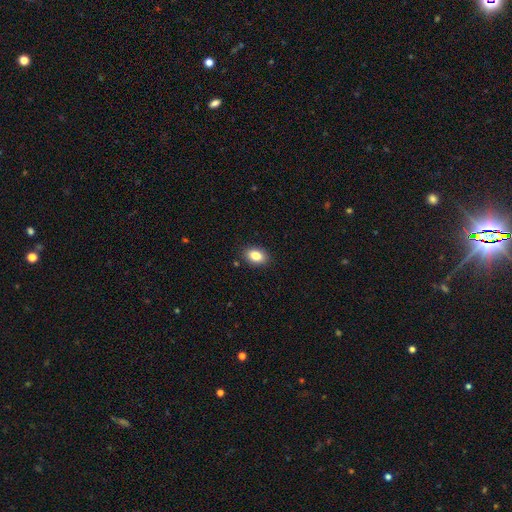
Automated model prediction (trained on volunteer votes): Smooth or featured? smooth (84%)
How rounded? in between (82%)
Merging? none (89%)